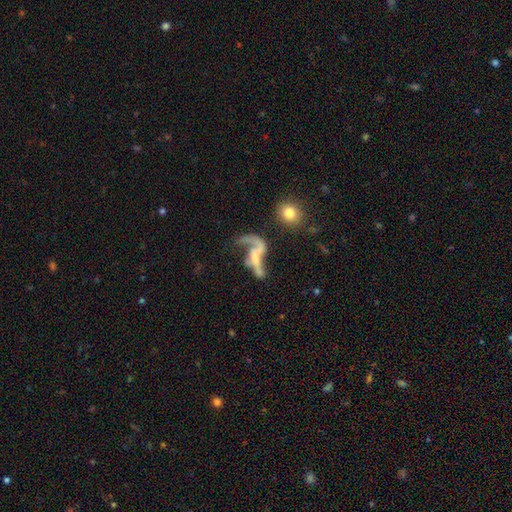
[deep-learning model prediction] Overall: featured or disk (69%). Edge-on disk: no (88%). Bar: no (55%; weak 27%). Spiral arms: yes (64%; no 36%). Bulge size: none (46%; small 29%). Merging: major disturbance (43%; none 24%).